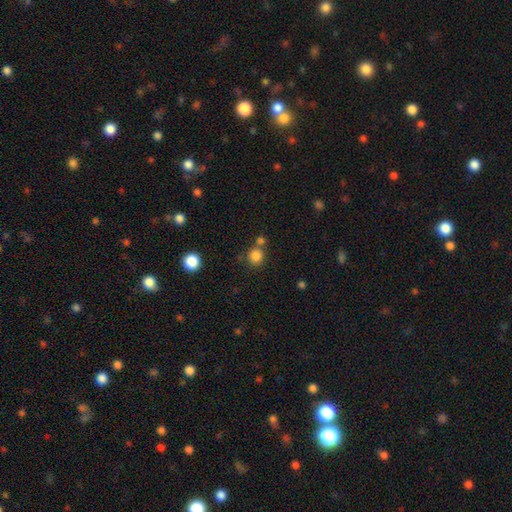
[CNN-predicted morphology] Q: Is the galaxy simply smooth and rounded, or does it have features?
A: smooth — 82%.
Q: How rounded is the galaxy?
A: round — 91%.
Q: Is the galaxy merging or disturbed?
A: none — 67%.